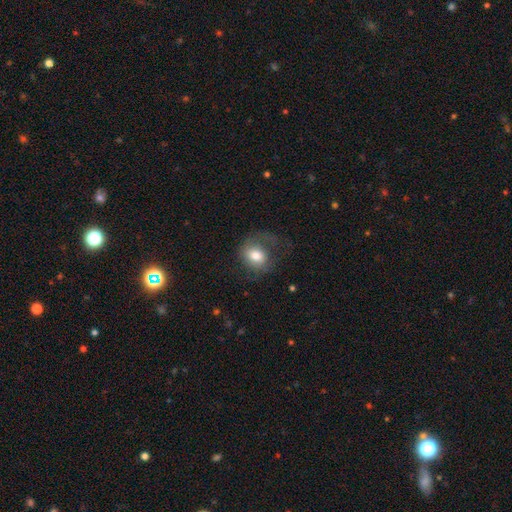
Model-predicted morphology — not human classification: This is likely a smooth galaxy (68%). How rounded: possibly round (60%). Merging: possibly none (45%).